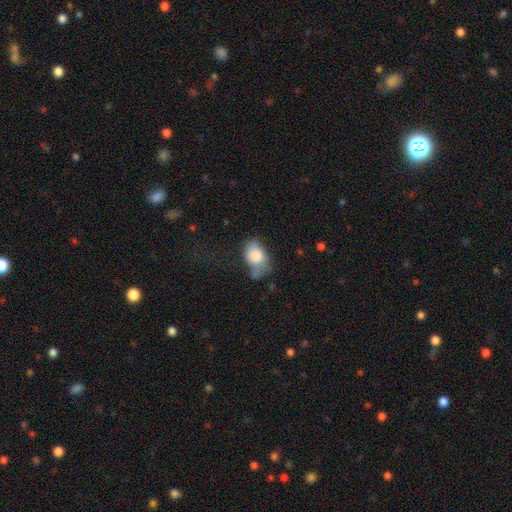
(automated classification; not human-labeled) Smooth or featured? smooth (79%)
How rounded? in between (80%)
Merging? minor disturbance (35%)